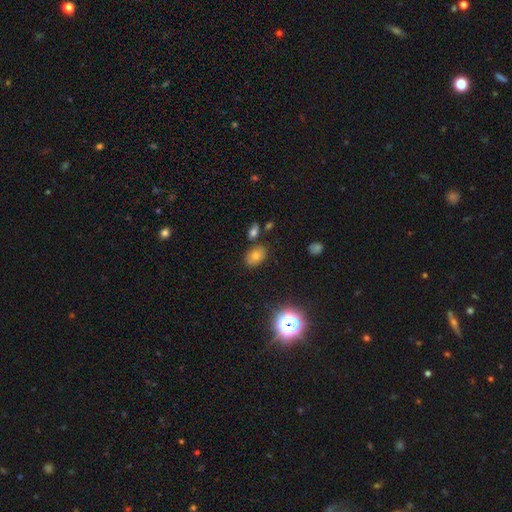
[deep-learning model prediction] smooth-or-featured: smooth: 66% | star or artifact: 20% | featured or disk: 14%
  how-rounded: in between: 81% | round: 18% | cigar-shaped: 1%
  merging: none: 79% | minor disturbance: 11% | merger: 7% | major disturbance: 3%